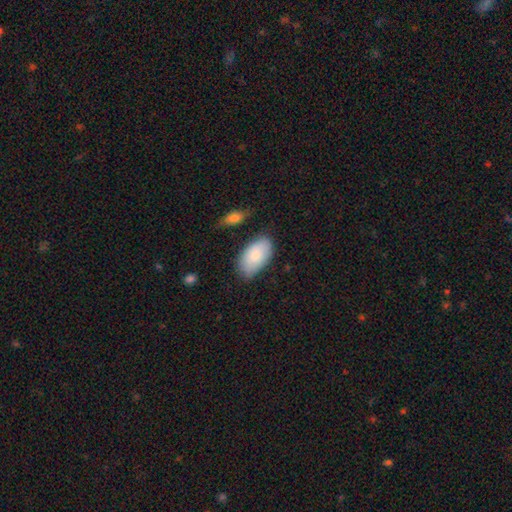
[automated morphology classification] smooth-or-featured: smooth: 84% | featured or disk: 10% | star or artifact: 6%
  how-rounded: in between: 95% | round: 3% | cigar-shaped: 2%
  merging: none: 71% | minor disturbance: 20% | major disturbance: 5% | merger: 4%